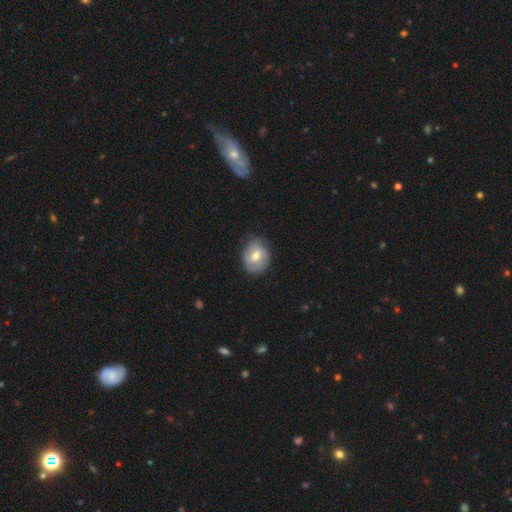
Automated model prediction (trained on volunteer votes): smooth_or_featured: smooth (p=0.54) [alt: featured or disk p=0.39]
how_rounded: round (p=0.55) [alt: in between p=0.44]
merging: none (p=0.71) [alt: minor disturbance p=0.23]